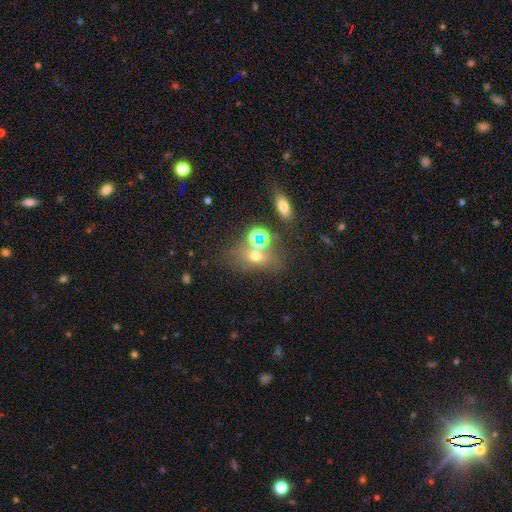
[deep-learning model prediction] The model was most divided on "merging": none: 51%, merger: 27%, minor disturbance: 13%, major disturbance: 9%. More confident: how rounded — in between (61%); smooth or featured — smooth (57%).